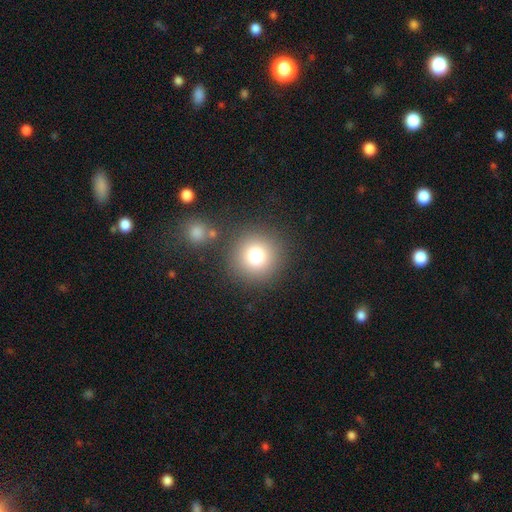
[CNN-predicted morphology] Overall: smooth (77%). How rounded: round (95%). Merging: none (85%).